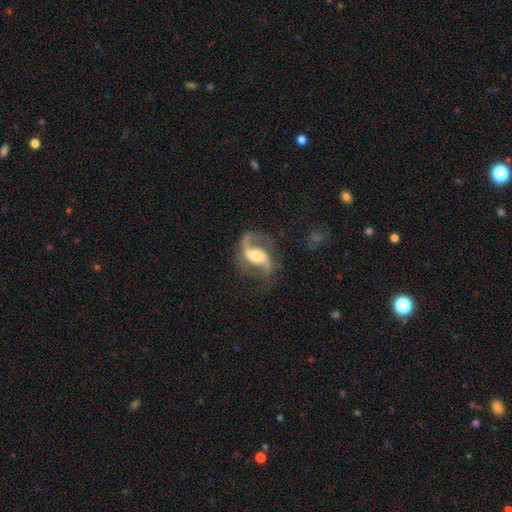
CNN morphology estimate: smooth_or_featured: featured or disk (p=0.89) [alt: smooth p=0.06]
disk_edge_on: no (p=0.97) [alt: yes p=0.03]
bar: weak (p=0.42) [alt: no p=0.29]
has_spiral_arms: yes (p=0.97) [alt: no p=0.03]
spiral_winding: loose (p=0.57) [alt: medium p=0.36]
spiral_arm_count: 2 (p=0.89) [alt: 1 p=0.06]
bulge_size: moderate (p=0.52) [alt: large p=0.21]
merging: none (p=0.70) [alt: minor disturbance p=0.16]